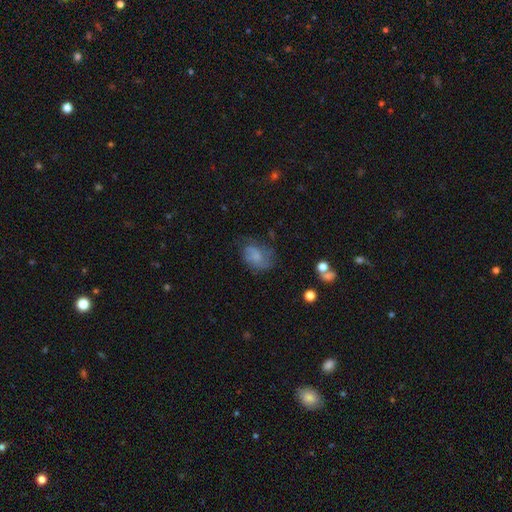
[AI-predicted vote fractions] Smooth or featured?
  - smooth: 55% *
  - featured or disk: 34%
  - star or artifact: 11%
How rounded?
  - in between: 75% *
  - round: 23%
  - cigar-shaped: 1%
Merging?
  - none: 44% *
  - minor disturbance: 30%
  - major disturbance: 23%
  - merger: 3%